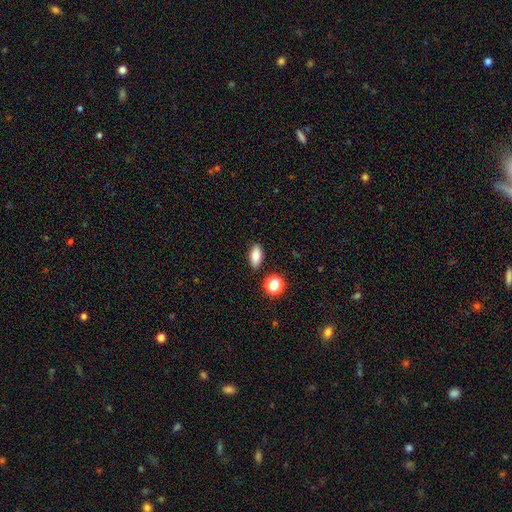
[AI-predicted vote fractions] This appears to be a smooth galaxy with no disk features (80%) that is in between round and cigar-shaped (85%). Merging: none (87%).